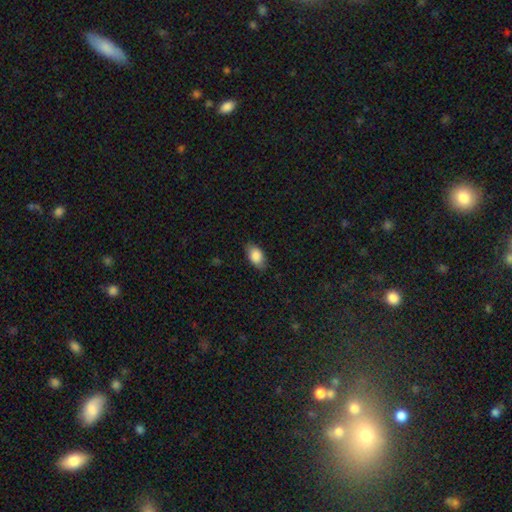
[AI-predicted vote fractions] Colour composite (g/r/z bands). It shows a smooth galaxy with no disk features (87%) that is in between round and cigar-shaped (91%). Merging: none (82%).